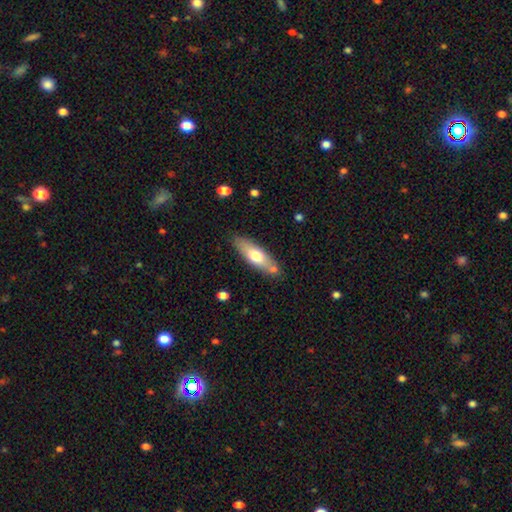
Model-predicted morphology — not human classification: Smooth or featured? Predicted: smooth (p=0.60). How rounded? Predicted: in between (p=0.49). Merging? Predicted: none (p=0.79).